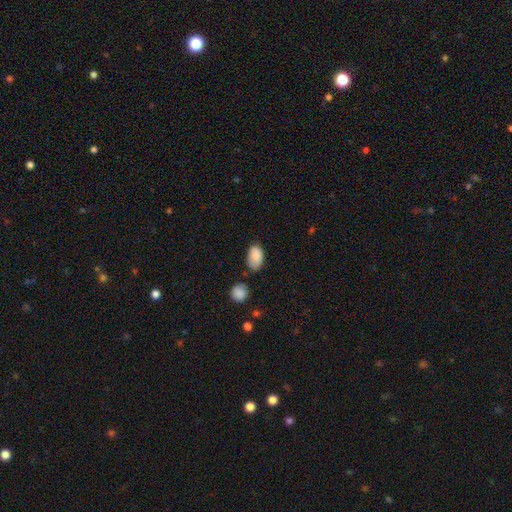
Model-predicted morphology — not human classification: Overall: smooth (88%). How rounded: in between (91%). Merging: none (59%; minor disturbance 29%).